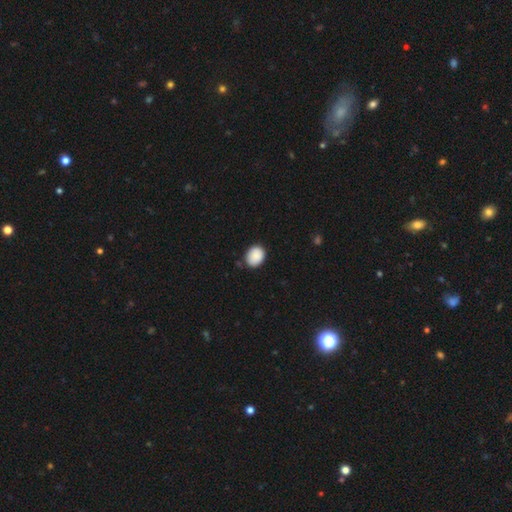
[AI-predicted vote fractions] Q: Smooth or featured?
A: smooth (89%); runner-up: star or artifact (7%)
Q: How rounded?
A: in between (53%); runner-up: round (46%)
Q: Merging?
A: none (80%); runner-up: minor disturbance (16%)